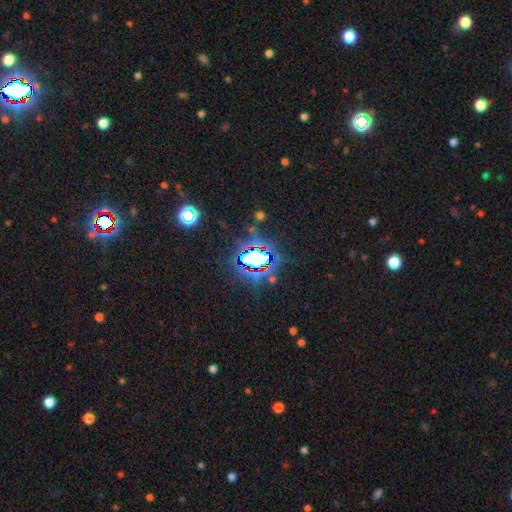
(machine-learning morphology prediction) Q: Smooth or featured?
A: star or artifact (71%); runner-up: smooth (17%)